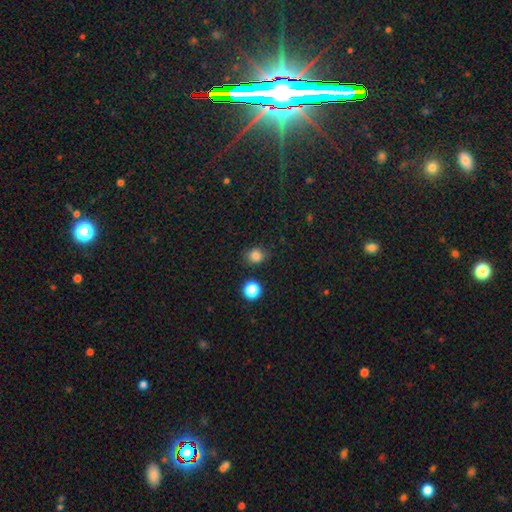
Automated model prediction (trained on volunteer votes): Smooth or featured? Predicted: smooth (p=0.82). How rounded? Predicted: round (p=0.76). Merging? Predicted: none (p=0.84).